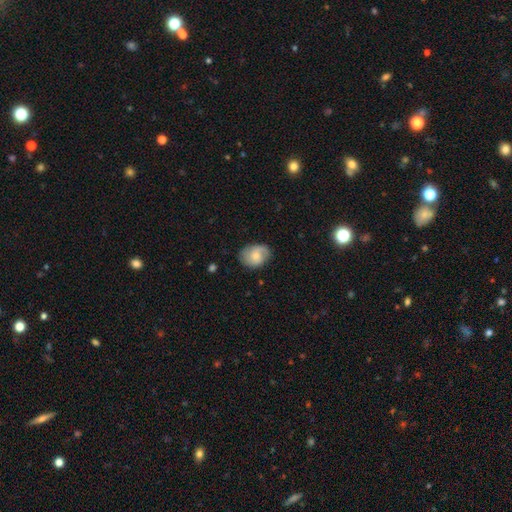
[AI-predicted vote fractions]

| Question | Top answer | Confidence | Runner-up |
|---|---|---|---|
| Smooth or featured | featured or disk | 48% | smooth (45%) |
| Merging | none | 71% | minor disturbance (21%) |